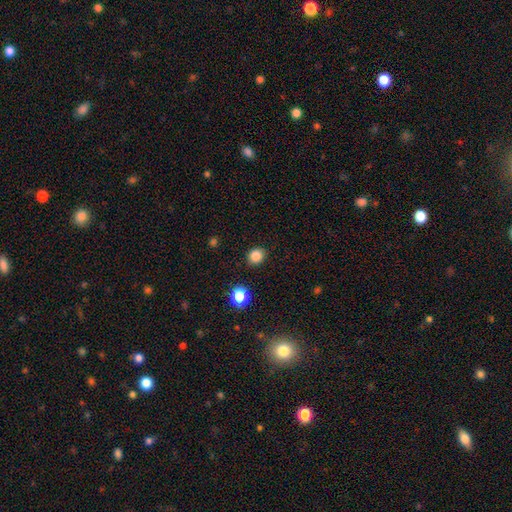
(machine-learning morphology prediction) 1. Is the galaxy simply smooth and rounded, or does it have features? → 84% smooth, 12% star or artifact, 4% featured or disk.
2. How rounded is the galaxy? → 72% round, 27% in between, 1% cigar-shaped.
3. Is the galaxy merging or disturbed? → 89% none, 7% minor disturbance, 2% major disturbance, 2% merger.